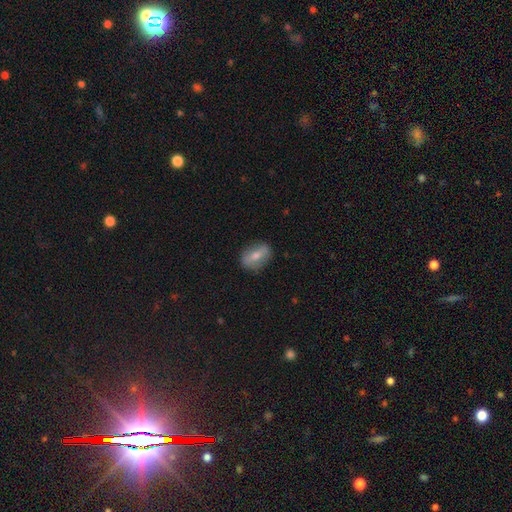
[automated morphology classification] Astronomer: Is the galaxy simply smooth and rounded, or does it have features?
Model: smooth — 59%.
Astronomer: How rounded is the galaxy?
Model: in between — 78%.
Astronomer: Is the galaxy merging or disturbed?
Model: none — 81%.